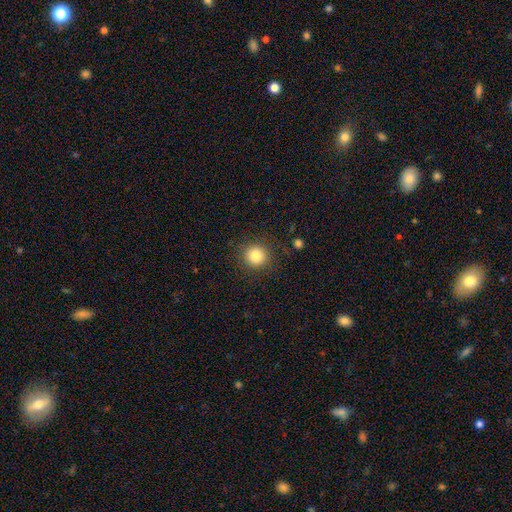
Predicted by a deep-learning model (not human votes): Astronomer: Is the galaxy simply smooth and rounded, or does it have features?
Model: smooth — 84%.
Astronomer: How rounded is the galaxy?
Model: round — 92%.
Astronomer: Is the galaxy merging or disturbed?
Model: none — 89%.